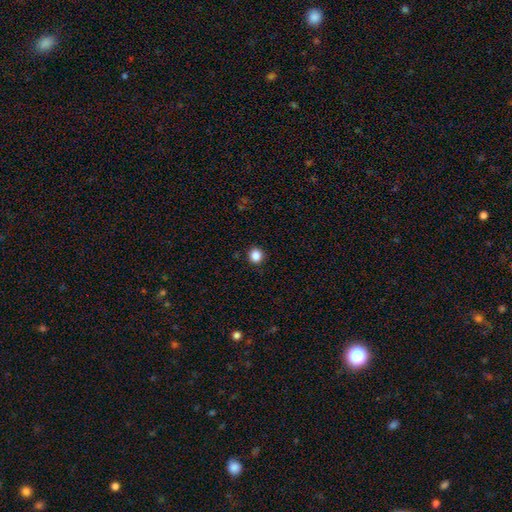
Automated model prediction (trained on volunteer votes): smooth_or_featured: smooth (p=0.87) [alt: star or artifact p=0.11]
how_rounded: round (p=0.89) [alt: in between p=0.10]
merging: none (p=0.92) [alt: minor disturbance p=0.05]